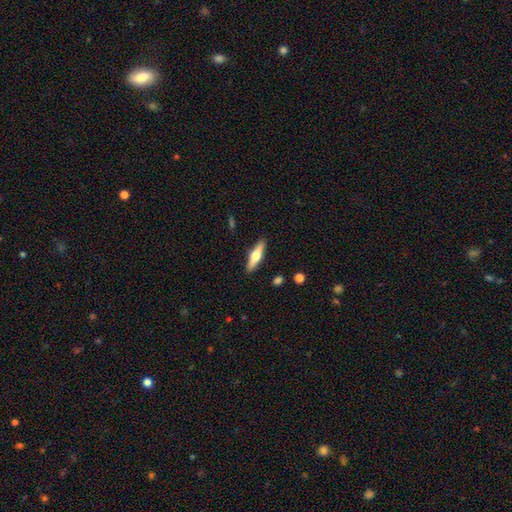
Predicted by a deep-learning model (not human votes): The model was most divided on "smooth or featured": featured or disk: 52%, smooth: 42%, star or artifact: 6%. More confident: edge-on disk — yes (94%); merging — none (90%).